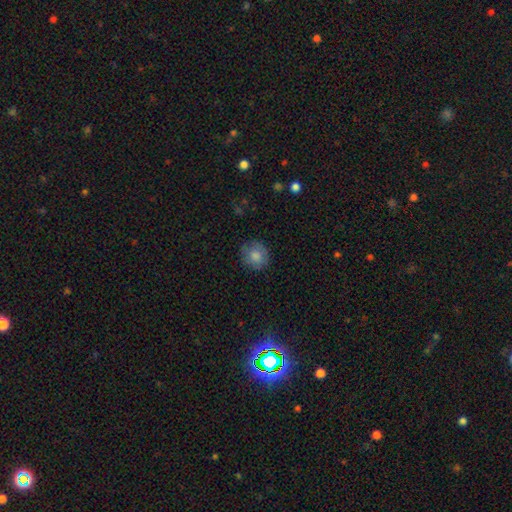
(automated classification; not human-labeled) Smooth or featured? smooth (81%)
How rounded? round (85%)
Merging? none (80%)